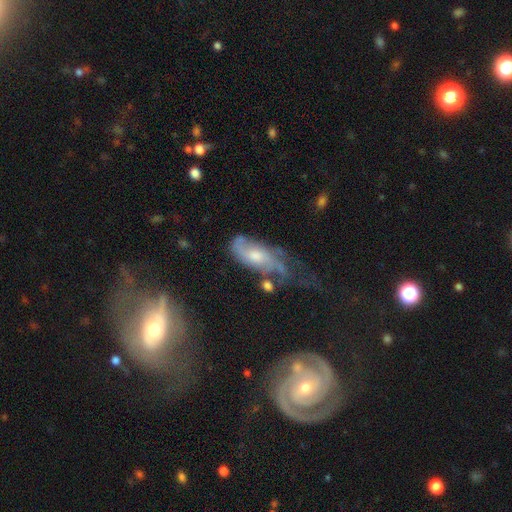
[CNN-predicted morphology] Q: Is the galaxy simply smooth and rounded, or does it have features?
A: featured or disk — 69%.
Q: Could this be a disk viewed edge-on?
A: no — 88%.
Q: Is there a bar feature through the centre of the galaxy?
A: no — 67%.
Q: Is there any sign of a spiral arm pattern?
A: yes — 84%.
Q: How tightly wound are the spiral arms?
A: medium — 42%.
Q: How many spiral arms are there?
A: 2 — 46%.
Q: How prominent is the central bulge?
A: moderate — 58%.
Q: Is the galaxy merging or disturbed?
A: none — 40%.